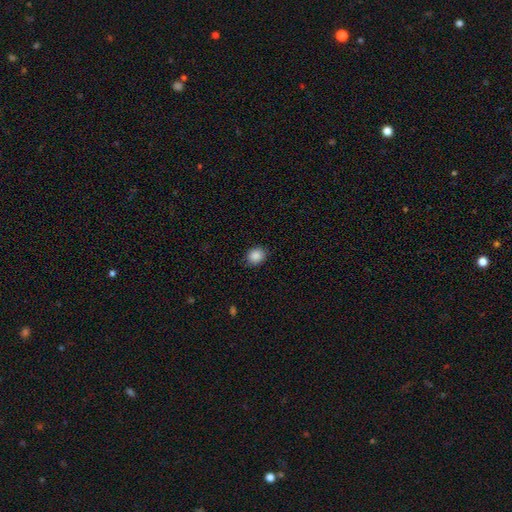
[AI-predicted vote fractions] A smooth galaxy with no disk features (88%) that is round (67%). Merging: none (86%).